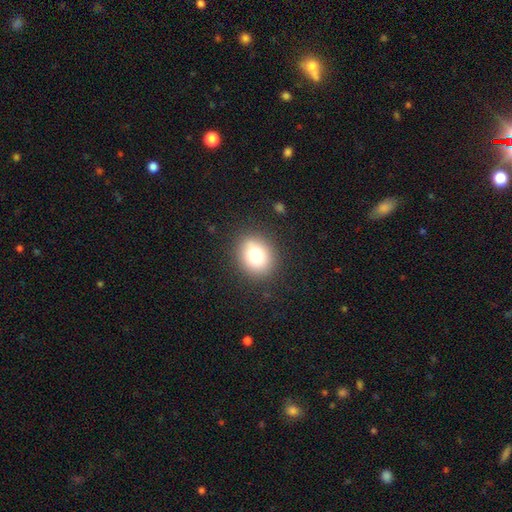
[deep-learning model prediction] This appears to be a smooth galaxy with no disk features (77%) that is round (67%). Merging: none (87%).